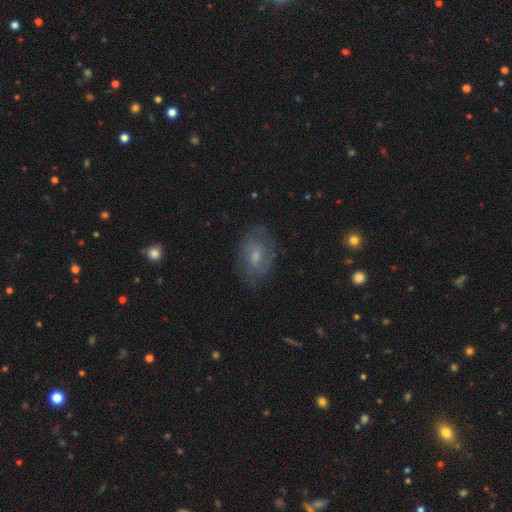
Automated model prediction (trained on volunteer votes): Q: Smooth or featured?
A: smooth (47%); runner-up: featured or disk (43%)
Q: Merging?
A: none (71%); runner-up: minor disturbance (20%)